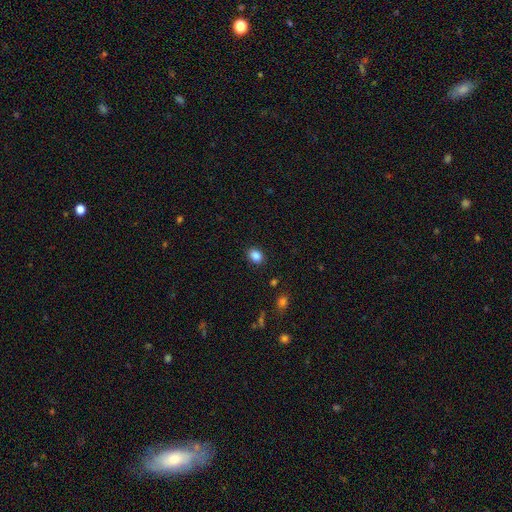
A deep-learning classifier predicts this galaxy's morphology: The model was most divided on "how rounded": in between: 63%, round: 36%, cigar-shaped: 1%. More confident: merging — none (87%); smooth or featured — smooth (87%).